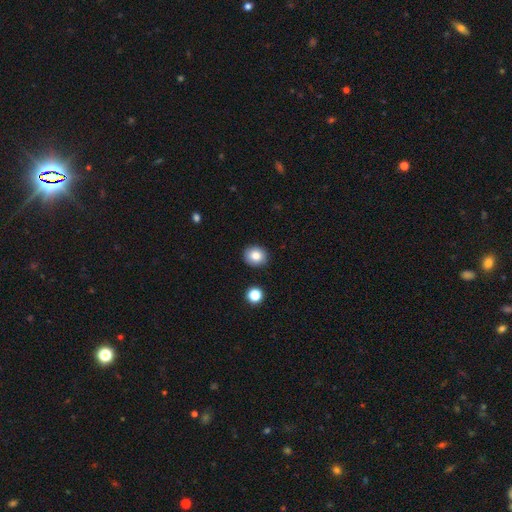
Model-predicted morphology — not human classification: This appears to be a smooth galaxy with no disk features (83%) that is round (80%). Merging: none (90%).